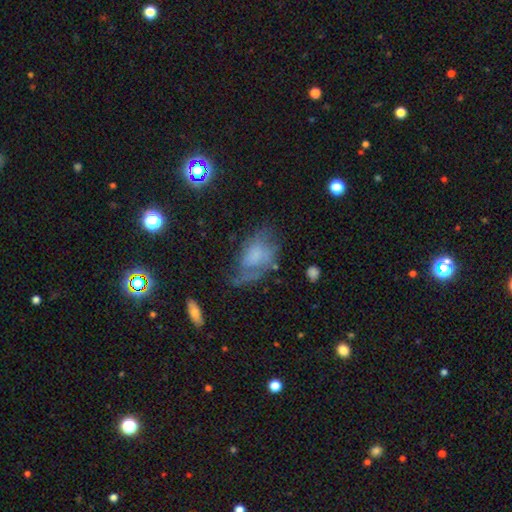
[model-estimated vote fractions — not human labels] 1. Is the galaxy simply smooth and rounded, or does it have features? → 48% featured or disk, 39% smooth, 13% star or artifact.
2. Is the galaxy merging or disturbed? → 39% none, 30% major disturbance, 28% minor disturbance, 3% merger.